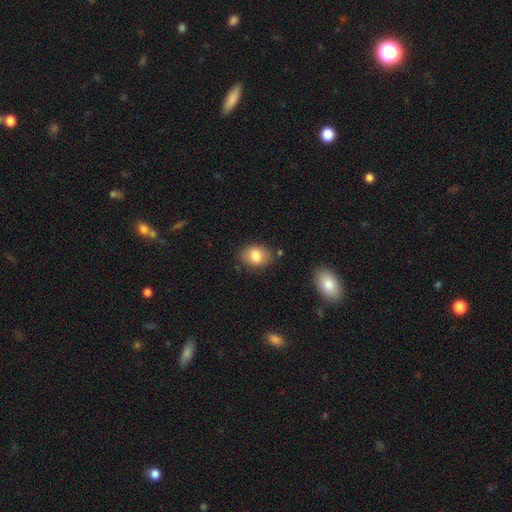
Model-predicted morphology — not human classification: smooth-or-featured: smooth: 82% | featured or disk: 9% | star or artifact: 9%
  how-rounded: in between: 64% | round: 35% | cigar-shaped: 1%
  merging: none: 80% | minor disturbance: 14% | merger: 3% | major disturbance: 3%